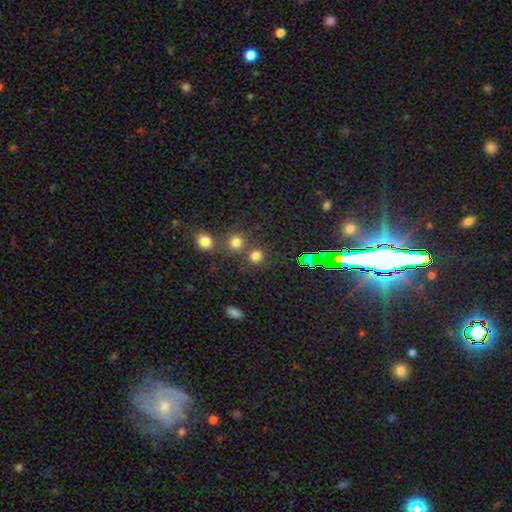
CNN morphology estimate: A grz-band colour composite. It shows a smooth galaxy with no disk features (73%) that is round (88%). Merging: none (68%).